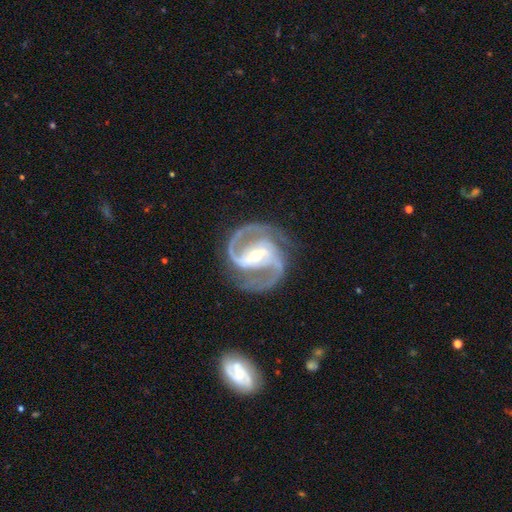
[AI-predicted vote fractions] Morphology: type=featured or disk (93%); edge-on=no (98%); bar=strong (48%); spiral arms=yes (99%); winding=medium (64%); arm count=2 (87%); bulge=small (50%); merging=none (79%).